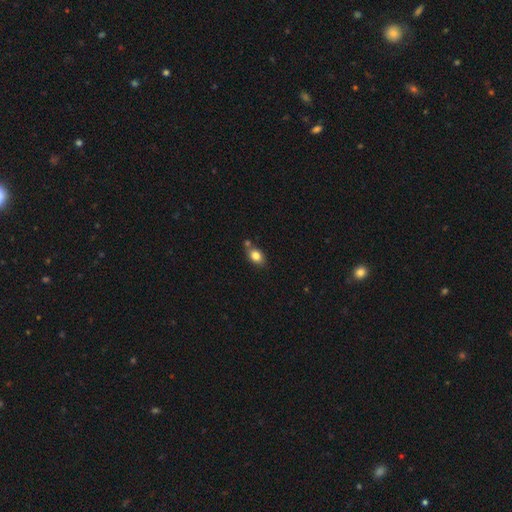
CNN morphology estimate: Smooth or featured?
  - smooth: 82% *
  - featured or disk: 9%
  - star or artifact: 9%
How rounded?
  - in between: 72% *
  - round: 27%
  - cigar-shaped: 2%
Merging?
  - none: 64% *
  - merger: 17%
  - minor disturbance: 15%
  - major disturbance: 4%